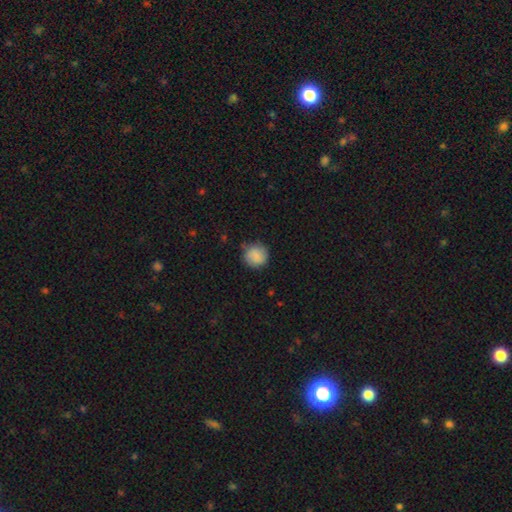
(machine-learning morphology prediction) This is clearly a smooth galaxy (84%). How rounded: clearly round (91%). Merging: likely none (80%).